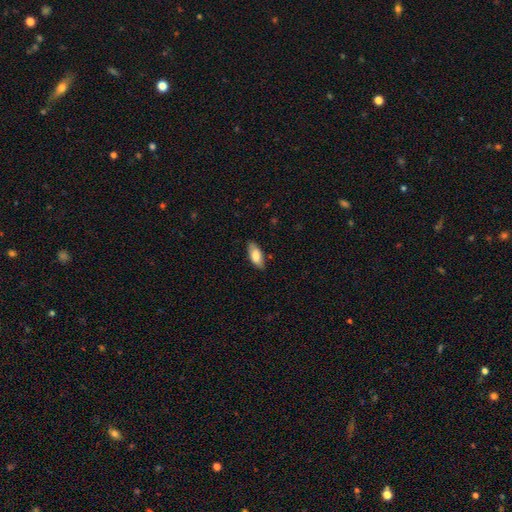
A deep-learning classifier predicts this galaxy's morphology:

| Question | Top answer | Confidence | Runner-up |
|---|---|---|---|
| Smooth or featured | smooth | 81% | featured or disk (13%) |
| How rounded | in between | 84% | cigar-shaped (14%) |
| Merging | none | 83% | minor disturbance (14%) |